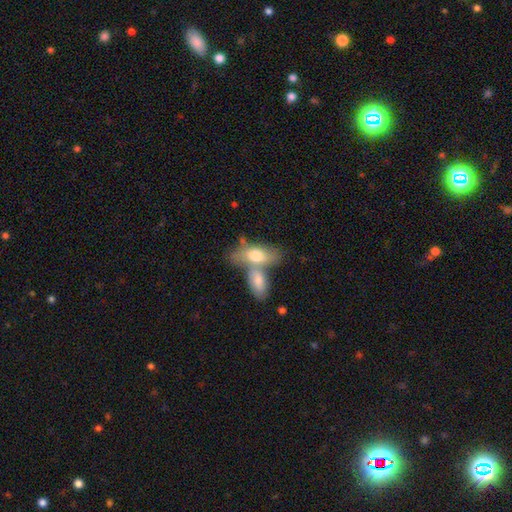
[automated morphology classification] smooth 69%, featured or disk 25%, star or artifact 6%. Down the decision tree: how rounded — in between (79%); merging — merger (52%).